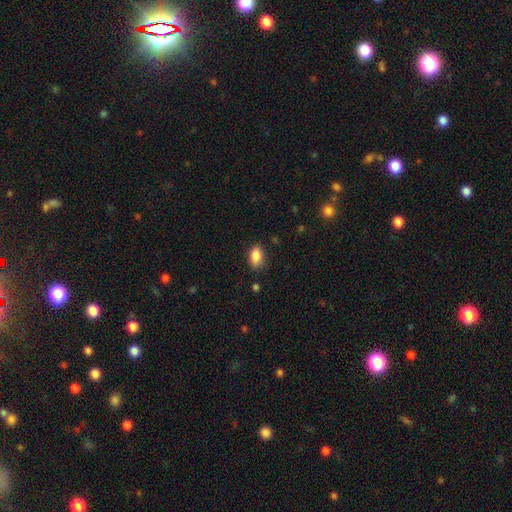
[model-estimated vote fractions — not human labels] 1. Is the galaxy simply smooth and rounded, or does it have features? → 86% smooth, 8% star or artifact, 6% featured or disk.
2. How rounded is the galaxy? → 89% in between, 7% round, 3% cigar-shaped.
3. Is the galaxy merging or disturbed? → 82% none, 14% minor disturbance, 3% major disturbance, 1% merger.